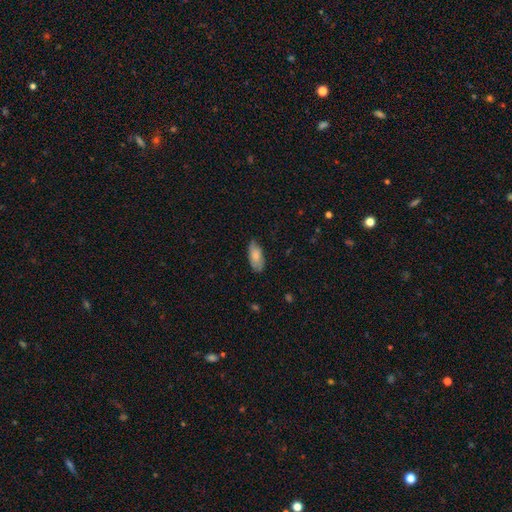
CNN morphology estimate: Smooth or featured: smooth — 80% (featured or disk — 14%)
How rounded: in between — 89% (cigar-shaped — 9%)
Merging: none — 74% (minor disturbance — 22%)